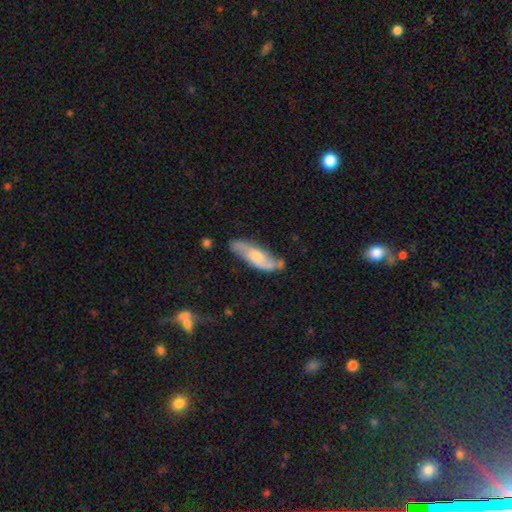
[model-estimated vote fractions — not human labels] Smooth or featured? Predicted: featured or disk (p=0.53). Edge-on disk? Predicted: no (p=0.71). Merging? Predicted: none (p=0.66).